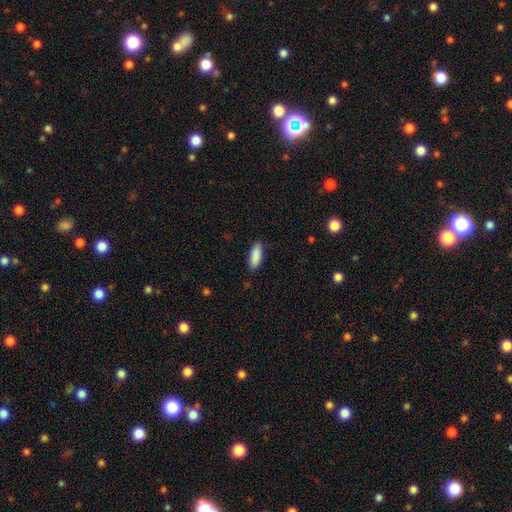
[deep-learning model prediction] Smooth or featured? smooth (90%)
How rounded? in between (71%)
Merging? none (86%)